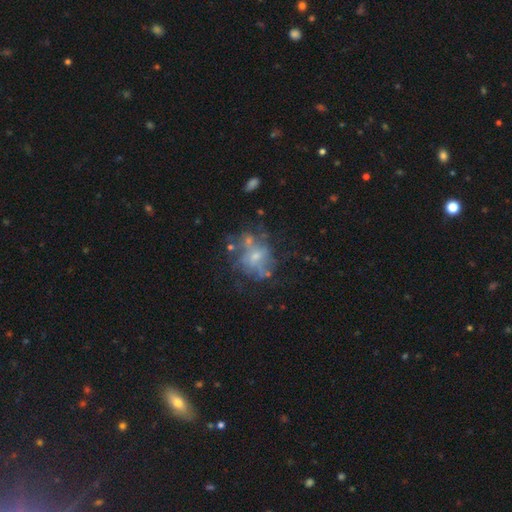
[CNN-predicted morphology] Smooth or featured: featured or disk — 60% (smooth — 27%)
Edge-on disk: no — 97% (yes — 3%)
Bar: no — 71% (weak — 25%)
Spiral arms: no — 69% (yes — 31%)
Bulge size: small — 52% (moderate — 31%)
Merging: none — 46% (major disturbance — 23%)